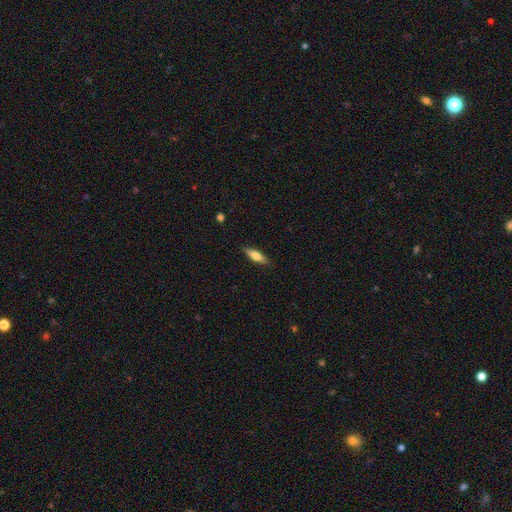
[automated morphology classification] smooth-or-featured: smooth: 64% | featured or disk: 29% | star or artifact: 6%
  how-rounded: cigar-shaped: 49% | in between: 48% | round: 2%
  merging: none: 86% | minor disturbance: 10% | major disturbance: 2% | merger: 1%